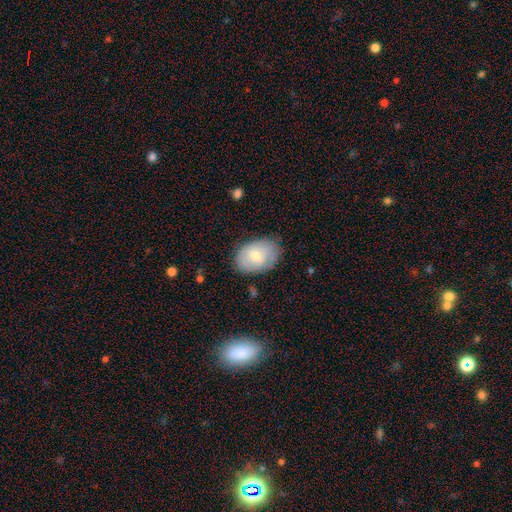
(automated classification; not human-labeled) Morphology: type=smooth (70%); roundness=in between (82%); merging=none (77%).